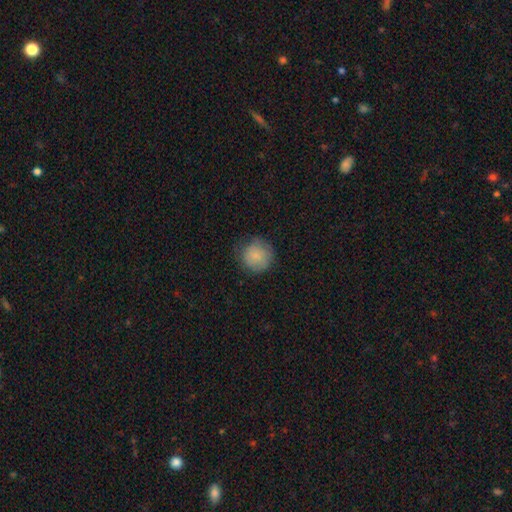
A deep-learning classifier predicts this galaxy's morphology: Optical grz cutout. It shows a smooth galaxy with no disk features (83%) that is round (93%). Merging: none (73%).